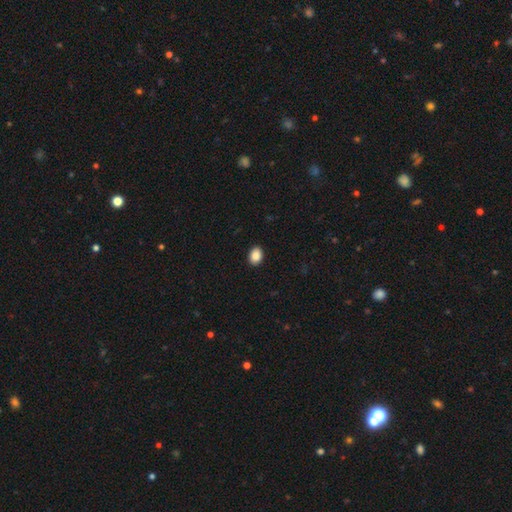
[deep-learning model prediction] The model was most divided on "how rounded": in between: 72%, round: 27%, cigar-shaped: 1%. More confident: merging — none (91%); smooth or featured — smooth (89%).